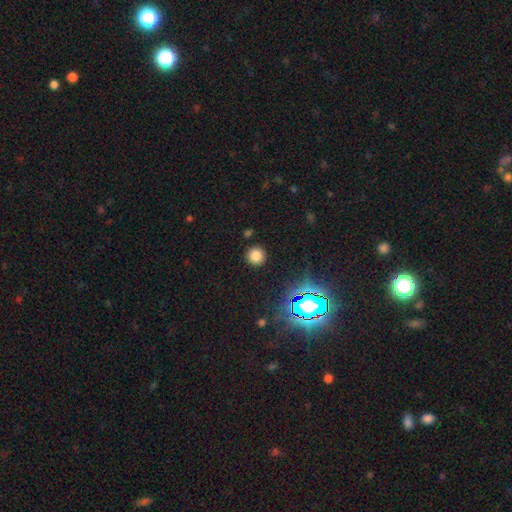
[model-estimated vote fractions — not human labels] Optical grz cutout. It shows a smooth galaxy with no disk features (77%) that is round (94%). Merging: none (90%).